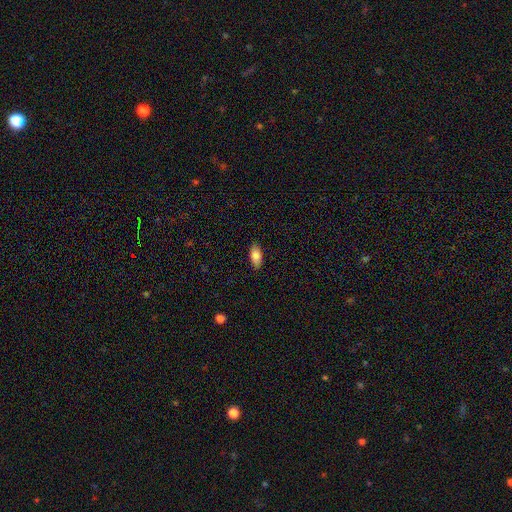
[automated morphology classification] Overall: smooth (85%). How rounded: in between (88%). Merging: none (88%).